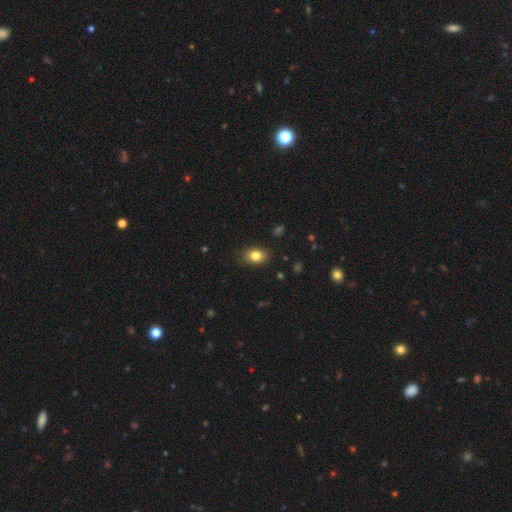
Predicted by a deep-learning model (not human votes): Q: Smooth or featured?
A: smooth (82%); runner-up: star or artifact (10%)
Q: How rounded?
A: in between (73%); runner-up: round (25%)
Q: Merging?
A: none (84%); runner-up: minor disturbance (12%)